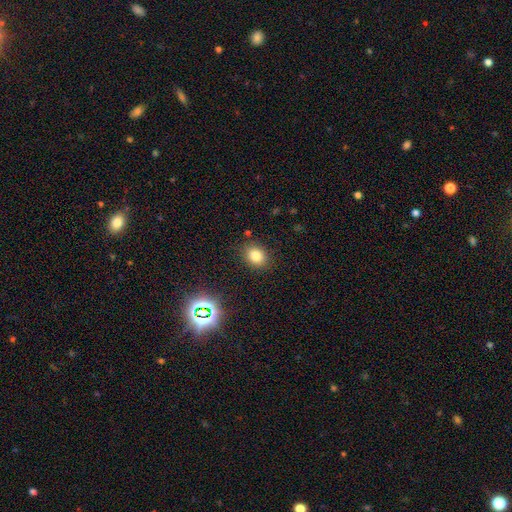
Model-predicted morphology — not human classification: Smooth or featured: smooth — 80% (star or artifact — 14%)
How rounded: in between — 51% (round — 48%)
Merging: none — 86% (minor disturbance — 10%)